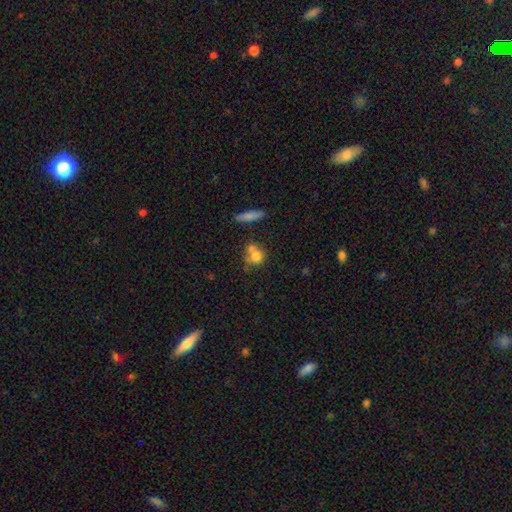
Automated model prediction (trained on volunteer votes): Smooth or featured: smooth — 74% (featured or disk — 16%)
How rounded: round — 73% (in between — 24%)
Merging: merger — 41% (none — 40%)